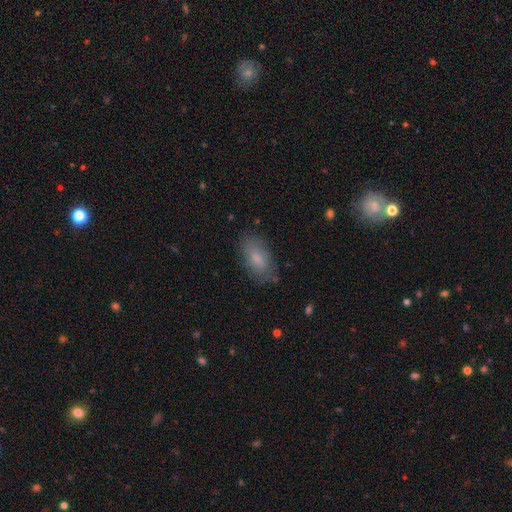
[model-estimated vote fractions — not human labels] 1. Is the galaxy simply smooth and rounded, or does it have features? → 75% smooth, 17% featured or disk, 8% star or artifact.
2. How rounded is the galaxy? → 89% in between, 8% cigar-shaped, 3% round.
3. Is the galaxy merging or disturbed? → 79% none, 16% minor disturbance, 4% major disturbance, 1% merger.